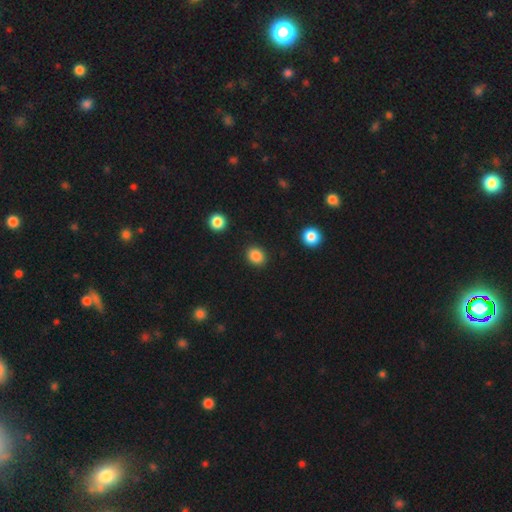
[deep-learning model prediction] Smooth or featured? Predicted: smooth (p=0.87). How rounded? Predicted: round (p=0.59). Merging? Predicted: none (p=0.90).